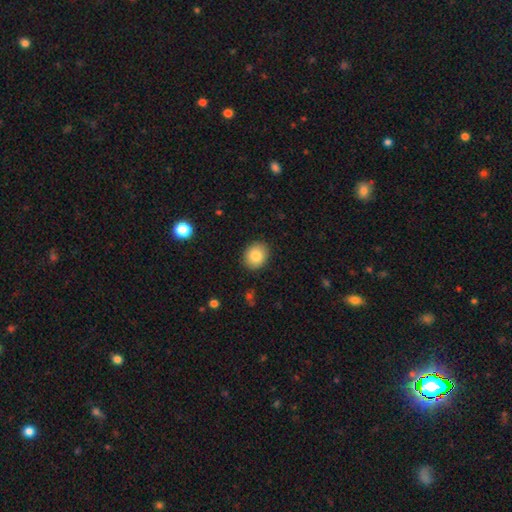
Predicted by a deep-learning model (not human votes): A smooth galaxy with no disk features (85%) that is round (63%).

Vote fractions:
- Smooth or featured? smooth: 85% / star or artifact: 8% / featured or disk: 7%
- How rounded? round: 63% / in between: 37% / cigar-shaped: 1%
- Merging? none: 89% / minor disturbance: 8% / major disturbance: 2% / merger: 1%